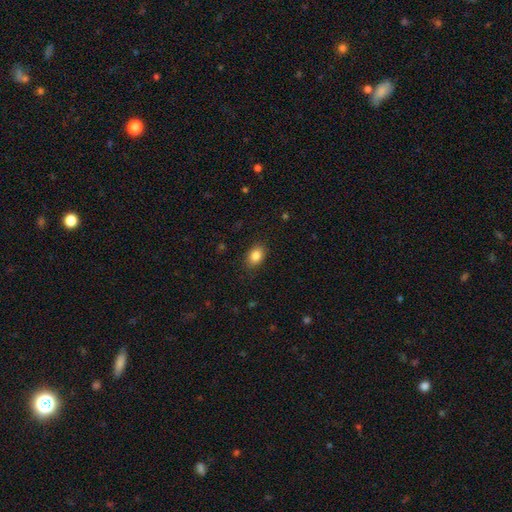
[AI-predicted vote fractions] A smooth galaxy with no disk features (85%) that is in between round and cigar-shaped (77%).

Vote fractions:
- Smooth or featured? smooth: 85% / star or artifact: 9% / featured or disk: 6%
- How rounded? in between: 77% / round: 22% / cigar-shaped: 1%
- Merging? none: 86% / minor disturbance: 11% / major disturbance: 3% / merger: 1%